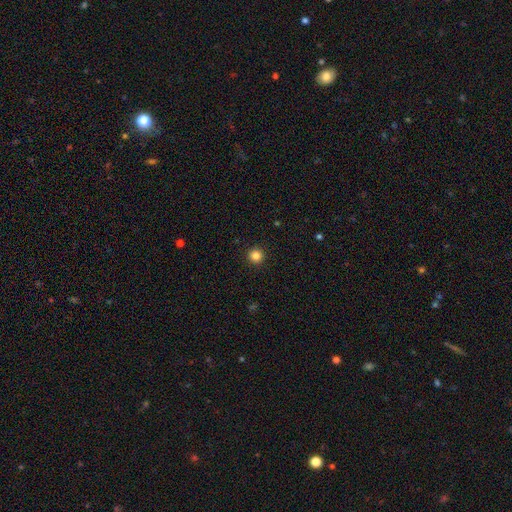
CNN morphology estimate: A smooth galaxy with no disk features (84%) that is round (96%). Merging: none (93%).